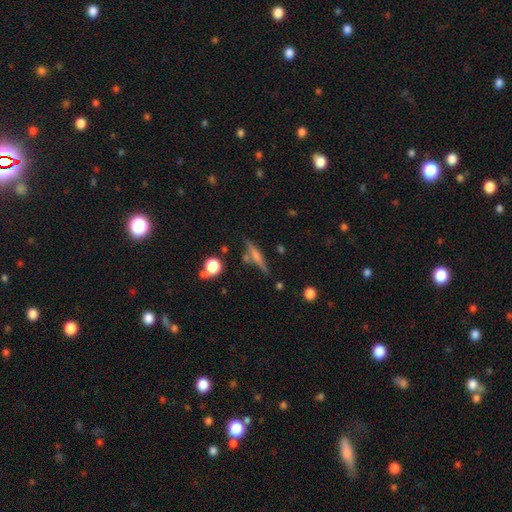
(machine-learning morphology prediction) type=featured or disk (48%); merging=none (71%).